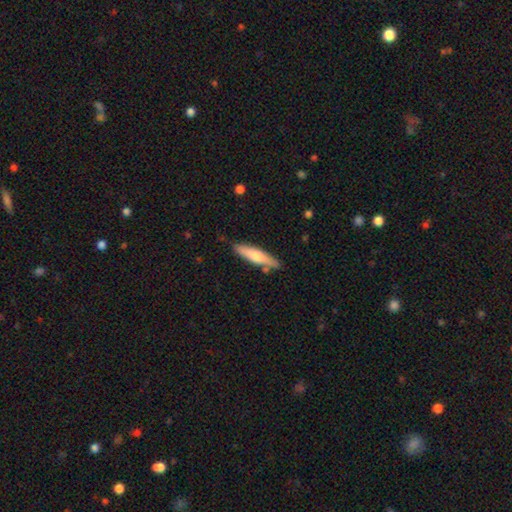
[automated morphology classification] smooth-or-featured: smooth: 57% | featured or disk: 37% | star or artifact: 5%
  how-rounded: cigar-shaped: 81% | in between: 18% | round: 1%
  merging: none: 83% | minor disturbance: 11% | merger: 3% | major disturbance: 2%